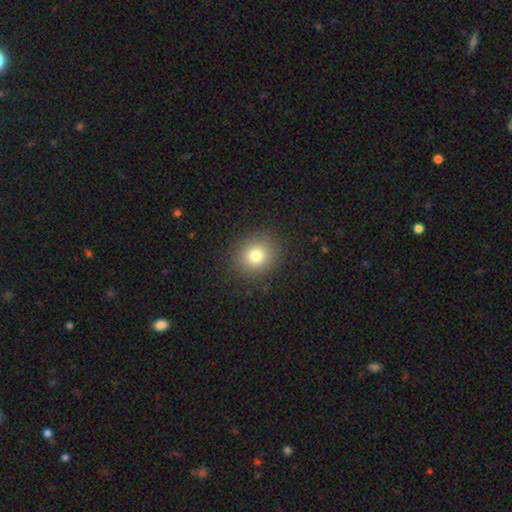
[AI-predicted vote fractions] This appears to be a smooth galaxy with no disk features (79%) that is round (80%). Merging: none (88%).